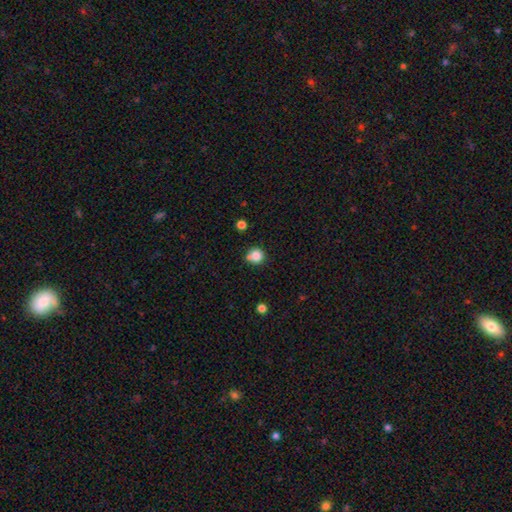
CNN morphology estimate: The model was most divided on "merging": none: 67%, merger: 16%, minor disturbance: 13%, major disturbance: 3%. More confident: how rounded — round (91%); smooth or featured — smooth (82%).